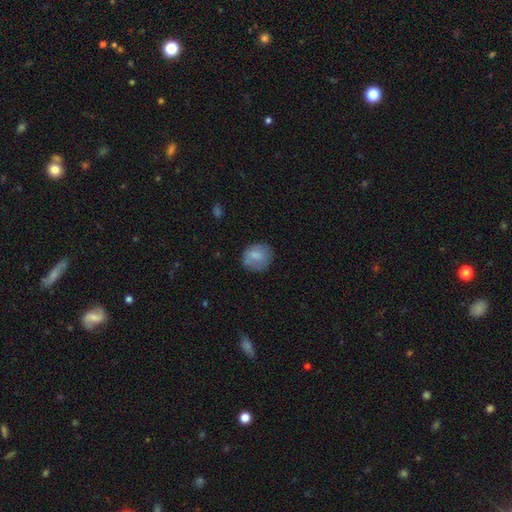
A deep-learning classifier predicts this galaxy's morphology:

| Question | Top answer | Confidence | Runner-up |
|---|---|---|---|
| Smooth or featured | smooth | 77% | featured or disk (15%) |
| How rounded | round | 71% | in between (28%) |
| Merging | none | 74% | minor disturbance (19%) |